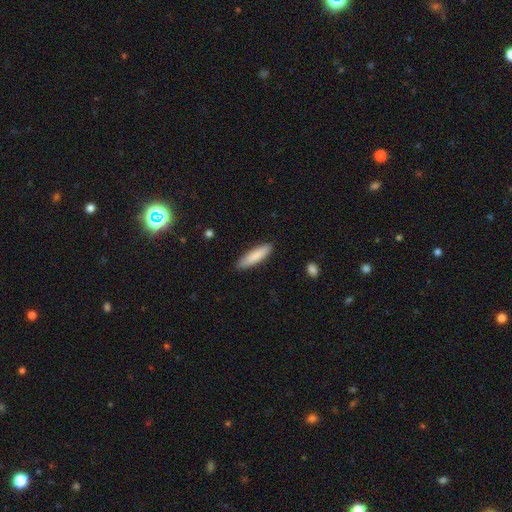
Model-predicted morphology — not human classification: type=smooth (85%); roundness=cigar-shaped (71%); merging=none (88%).